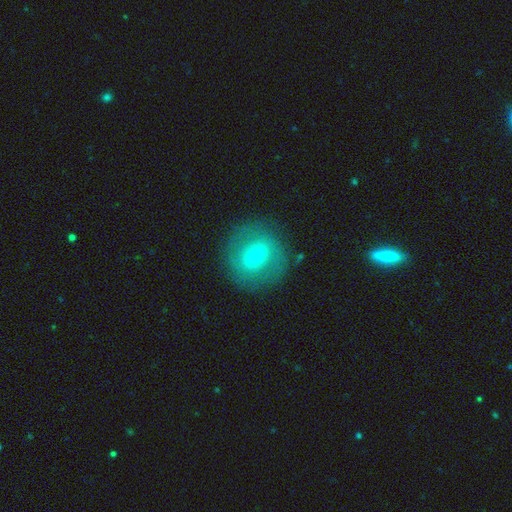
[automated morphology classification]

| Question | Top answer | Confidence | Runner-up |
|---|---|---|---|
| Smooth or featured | featured or disk | 47% | smooth (43%) |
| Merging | none | 84% | minor disturbance (10%) |